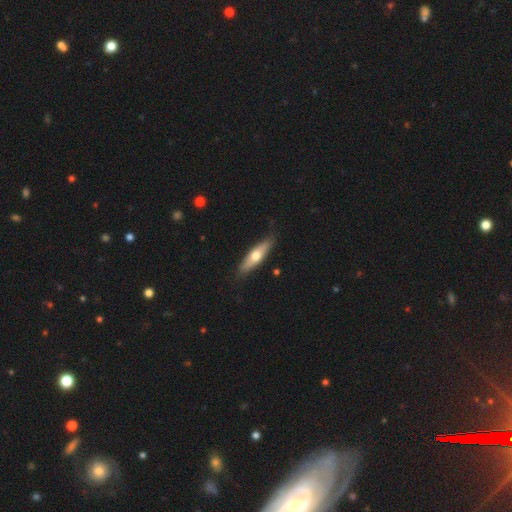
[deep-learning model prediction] Morphology: type=smooth (55%); roundness=cigar-shaped (63%); merging=none (85%).